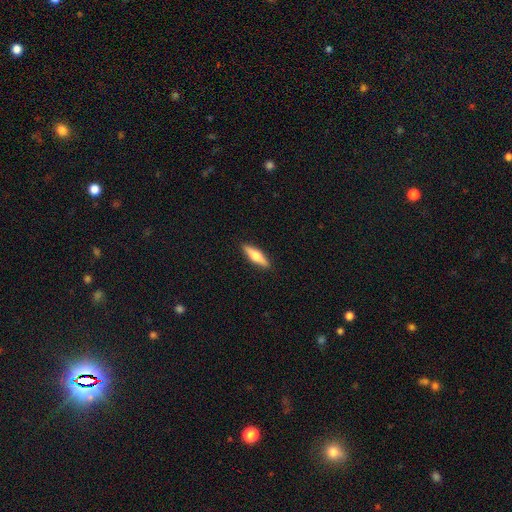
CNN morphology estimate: Smooth or featured: featured or disk — 48% (smooth — 46%)
Merging: none — 91% (minor disturbance — 7%)